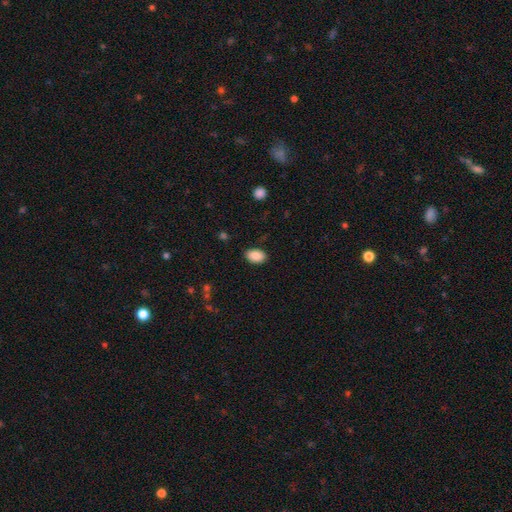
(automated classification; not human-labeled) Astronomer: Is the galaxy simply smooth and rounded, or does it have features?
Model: smooth — 89%.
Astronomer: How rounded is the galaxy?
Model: in between — 89%.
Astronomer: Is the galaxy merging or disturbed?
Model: none — 87%.